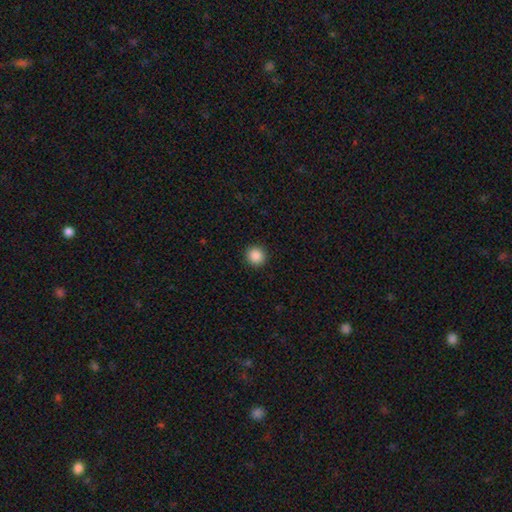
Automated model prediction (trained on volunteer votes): Smooth or featured: smooth — 88% (star or artifact — 9%)
How rounded: round — 94% (in between — 5%)
Merging: none — 93% (minor disturbance — 5%)